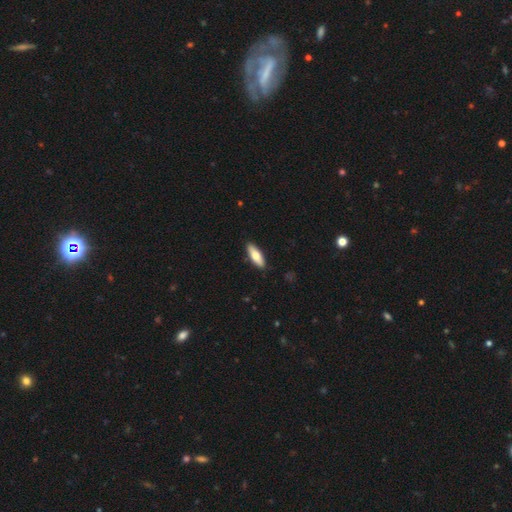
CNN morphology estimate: Smooth or featured? Predicted: smooth (p=0.70). How rounded? Predicted: in between (p=0.54). Merging? Predicted: none (p=0.89).